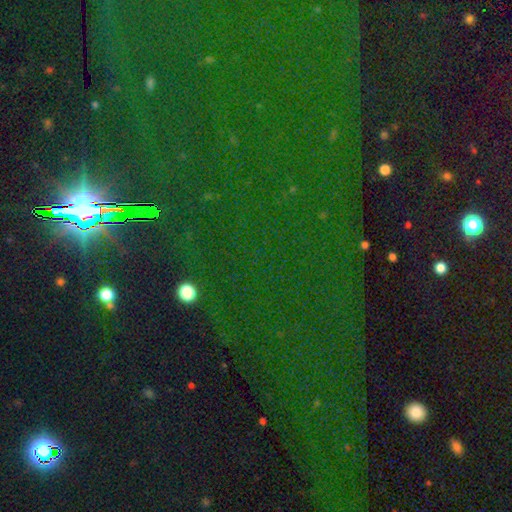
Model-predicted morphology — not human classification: type=star or artifact (84%).